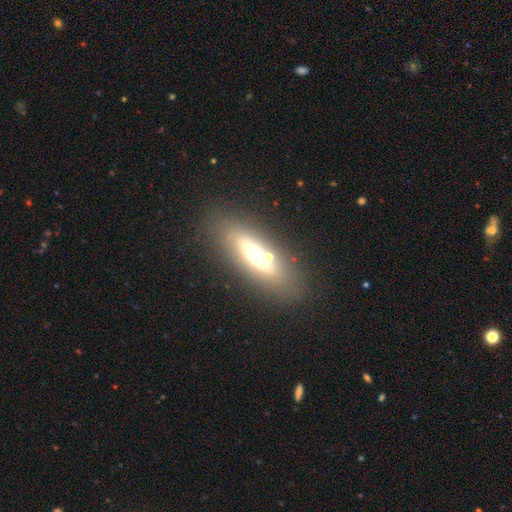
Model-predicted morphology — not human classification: The model was most divided on "smooth or featured": featured or disk: 47%, smooth: 43%, star or artifact: 10%. More confident: merging — none (74%).